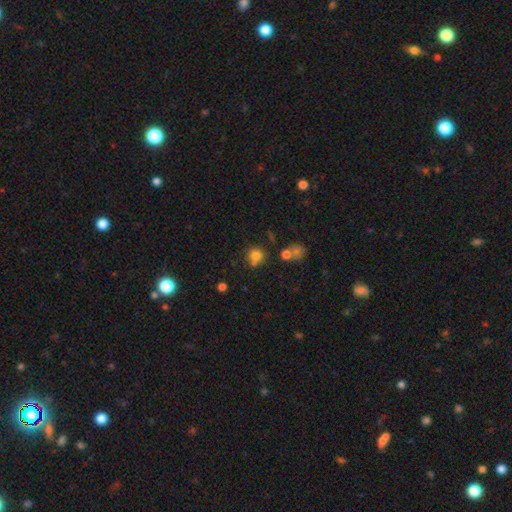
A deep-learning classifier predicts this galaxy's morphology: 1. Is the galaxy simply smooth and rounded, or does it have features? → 76% smooth, 15% star or artifact, 9% featured or disk.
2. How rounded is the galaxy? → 83% round, 16% in between, 1% cigar-shaped.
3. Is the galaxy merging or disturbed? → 61% none, 21% merger, 13% minor disturbance, 5% major disturbance.